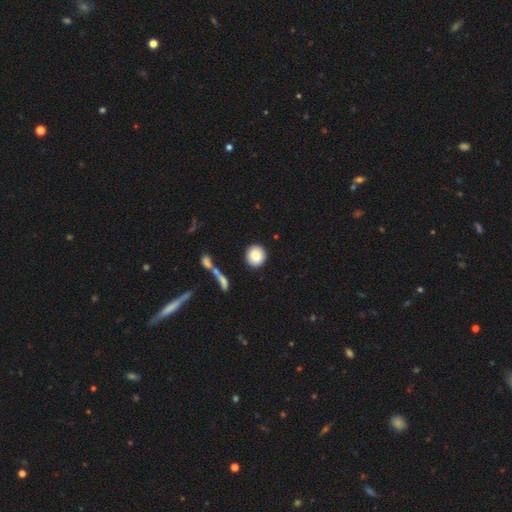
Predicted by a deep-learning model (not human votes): Smooth or featured: smooth — 84% (featured or disk — 9%)
How rounded: round — 88% (in between — 10%)
Merging: none — 88% (minor disturbance — 7%)